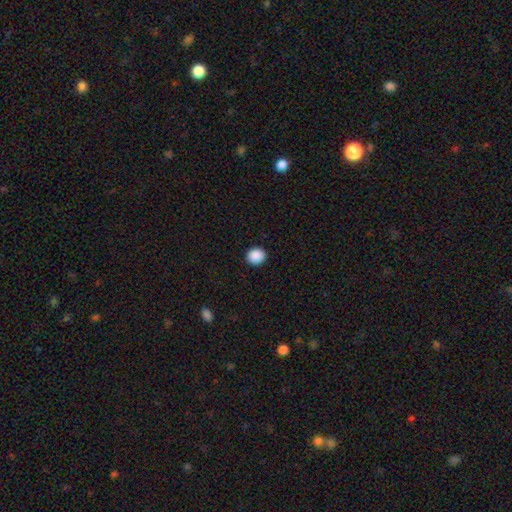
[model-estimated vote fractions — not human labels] Q: Smooth or featured?
A: smooth (90%); runner-up: star or artifact (8%)
Q: How rounded?
A: round (81%); runner-up: in between (18%)
Q: Merging?
A: none (92%); runner-up: minor disturbance (5%)